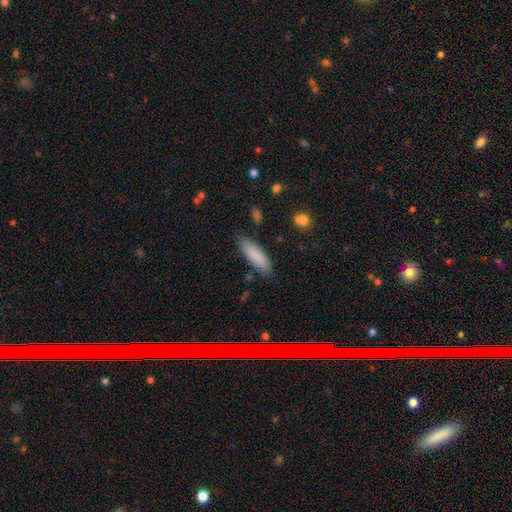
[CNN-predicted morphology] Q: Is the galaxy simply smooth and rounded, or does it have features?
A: smooth — 86%.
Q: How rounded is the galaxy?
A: cigar-shaped — 58%.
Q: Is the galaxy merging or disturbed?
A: none — 84%.